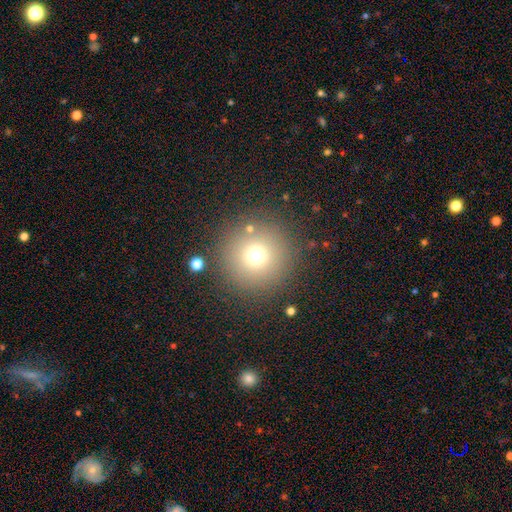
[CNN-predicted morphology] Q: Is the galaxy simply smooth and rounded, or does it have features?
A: smooth — 72%.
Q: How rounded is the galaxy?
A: round — 96%.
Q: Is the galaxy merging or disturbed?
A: none — 87%.